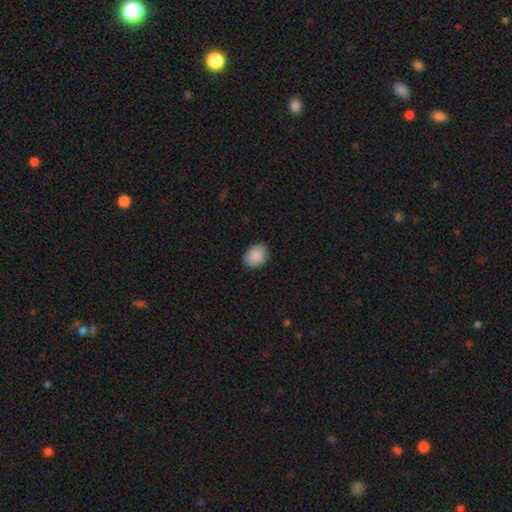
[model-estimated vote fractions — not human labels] Smooth or featured? Predicted: smooth (p=0.90). How rounded? Predicted: in between (p=0.63). Merging? Predicted: none (p=0.85).